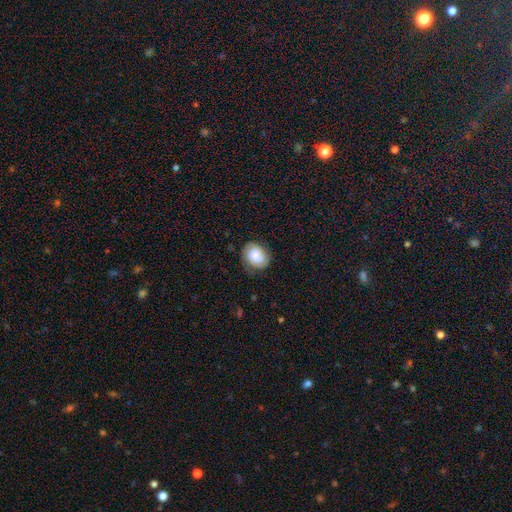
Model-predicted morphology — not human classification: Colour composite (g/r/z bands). It shows a smooth galaxy with no disk features (64%) that is in between round and cigar-shaped (55%). Merging: none (69%).